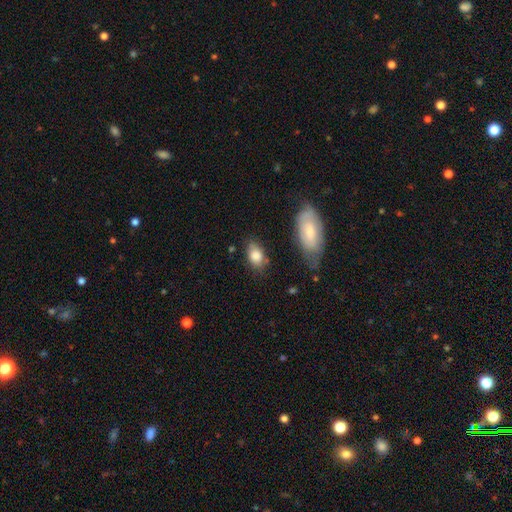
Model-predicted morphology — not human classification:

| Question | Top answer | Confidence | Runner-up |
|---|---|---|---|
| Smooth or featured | smooth | 83% | featured or disk (10%) |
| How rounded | in between | 86% | round (11%) |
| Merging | none | 65% | minor disturbance (24%) |